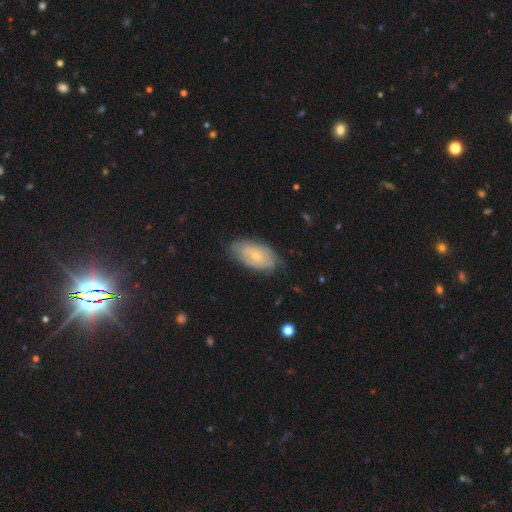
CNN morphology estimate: Overall: featured or disk (48%; smooth 46%). Merging: none (69%).